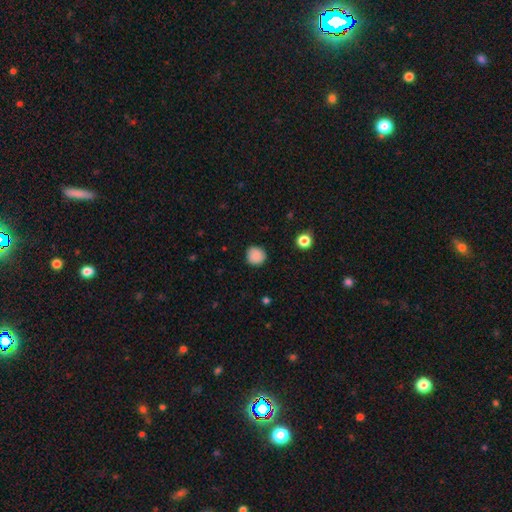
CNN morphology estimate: This is clearly a smooth galaxy (87%). How rounded: clearly round (93%). Merging: clearly none (88%).